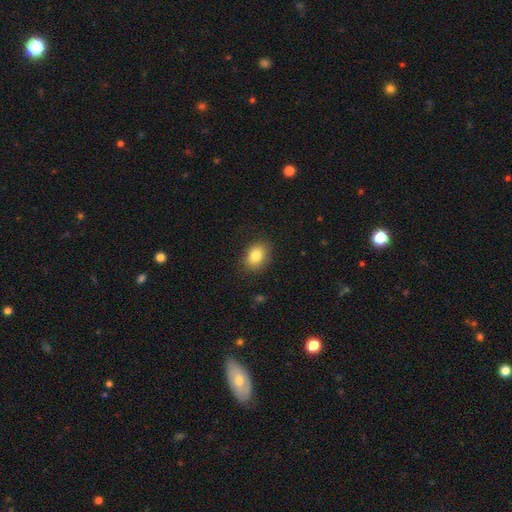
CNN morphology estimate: Smooth or featured? smooth (83%)
How rounded? in between (71%)
Merging? none (85%)